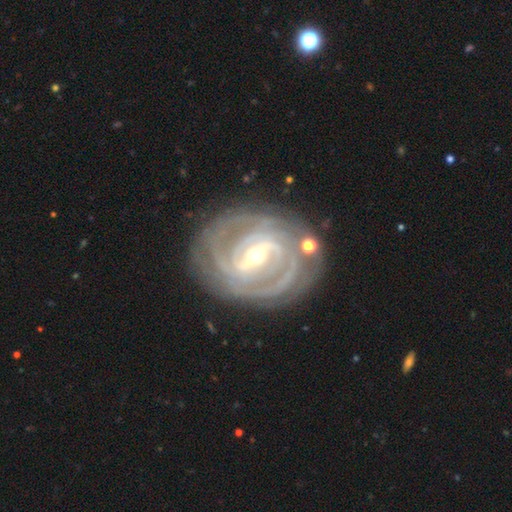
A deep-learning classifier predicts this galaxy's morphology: A featured or disk galaxy (91%) with a strong bar (55%), 2 (27%) tight (77%) spiral arms (97%) and a small central bulge (52%).

Vote fractions:
- Smooth or featured? featured or disk: 91% / star or artifact: 5% / smooth: 4%
- Edge-on disk? no: 96% / yes: 4%
- Bar? strong: 55% / weak: 35% / no: 10%
- Spiral arms? yes: 97% / no: 3%
- Spiral winding? tight: 77% / medium: 20% / loose: 3%
- Spiral arm count? 2: 27% / 3: 24% / can't tell: 20% / 4: 17% / more than 4: 6% / 1: 5%
- Bulge size? small: 52% / moderate: 44% / large: 2% / none: 1% / dominant: 1%
- Merging? none: 79% / minor disturbance: 13% / major disturbance: 5% / merger: 3%